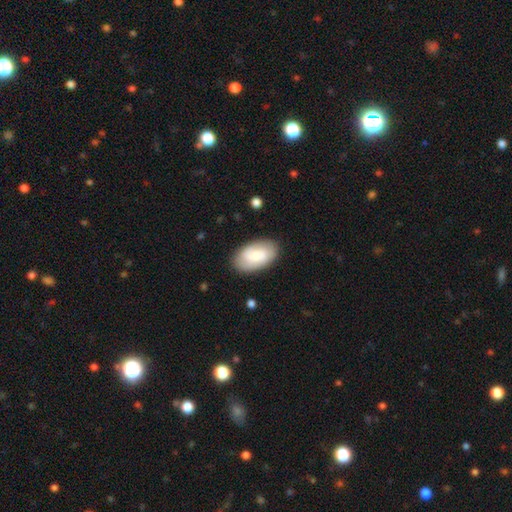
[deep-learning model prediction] This appears to be a smooth galaxy with no disk features (68%) that is in between round and cigar-shaped (94%). Merging: none (85%).